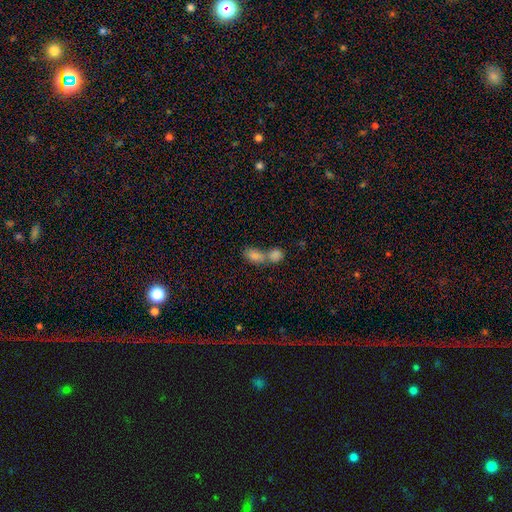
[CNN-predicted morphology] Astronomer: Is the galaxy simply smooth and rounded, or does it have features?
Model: smooth — 72%.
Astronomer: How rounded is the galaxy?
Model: in between — 72%.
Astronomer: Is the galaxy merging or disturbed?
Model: merger — 62%.